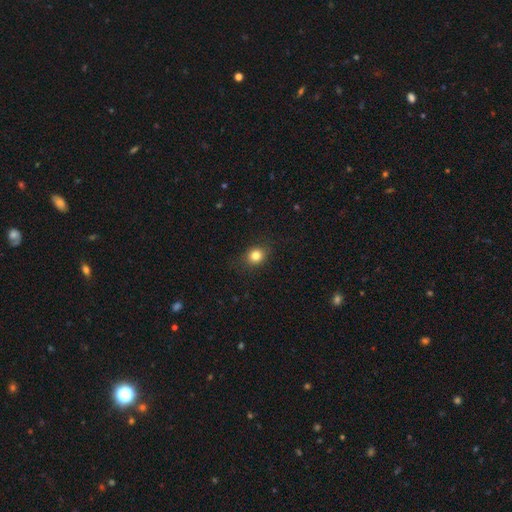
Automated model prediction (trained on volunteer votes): smooth 82%, star or artifact 12%, featured or disk 7%. Down the decision tree: how rounded — round (67%); merging — none (85%).